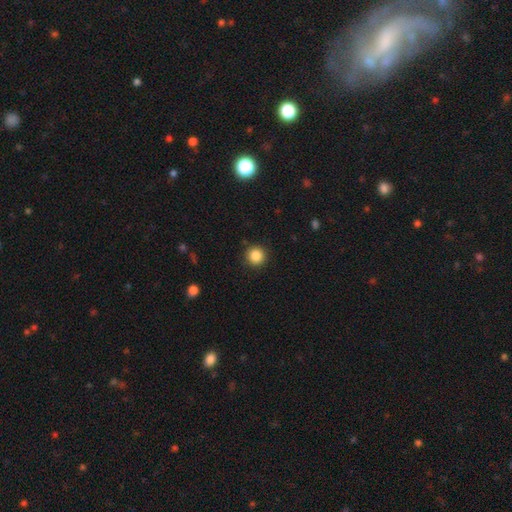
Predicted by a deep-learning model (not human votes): Smooth or featured: smooth — 86% (star or artifact — 10%)
How rounded: round — 95% (in between — 4%)
Merging: none — 91% (minor disturbance — 6%)